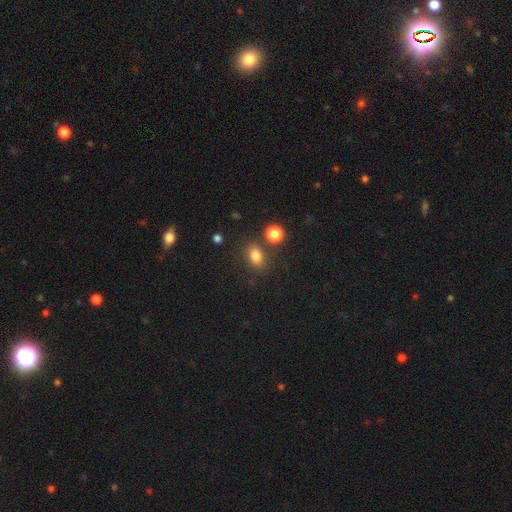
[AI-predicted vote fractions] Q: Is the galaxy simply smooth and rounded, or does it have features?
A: smooth — 82%.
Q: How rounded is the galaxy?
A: in between — 71%.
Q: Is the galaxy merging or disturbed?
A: none — 76%.